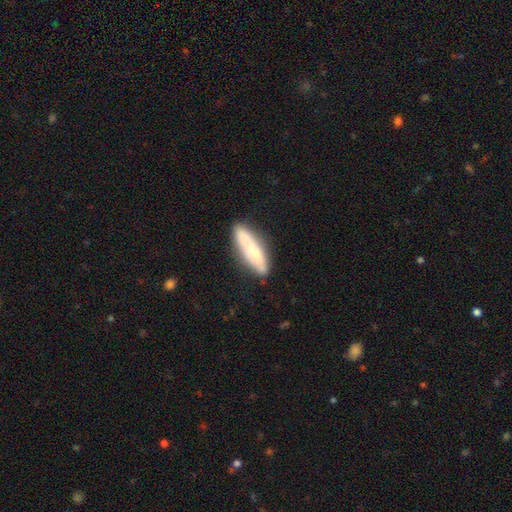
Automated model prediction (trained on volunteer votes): This is likely a smooth galaxy (66%). How rounded: possibly cigar-shaped (59%). Merging: likely none (74%).